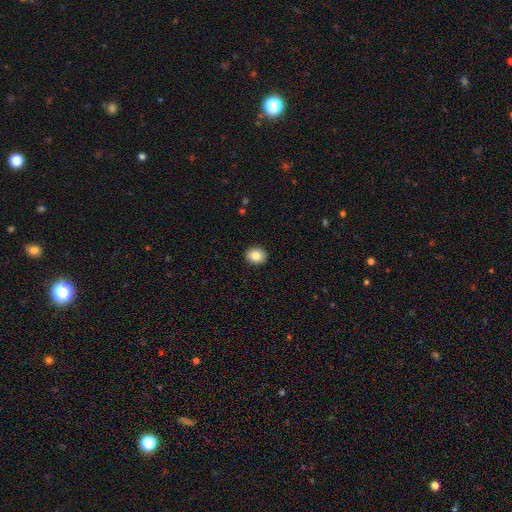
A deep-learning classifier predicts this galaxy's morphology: smooth_or_featured: smooth (p=0.84) [alt: star or artifact p=0.09]
how_rounded: round (p=0.57) [alt: in between p=0.42]
merging: none (p=0.92) [alt: minor disturbance p=0.06]